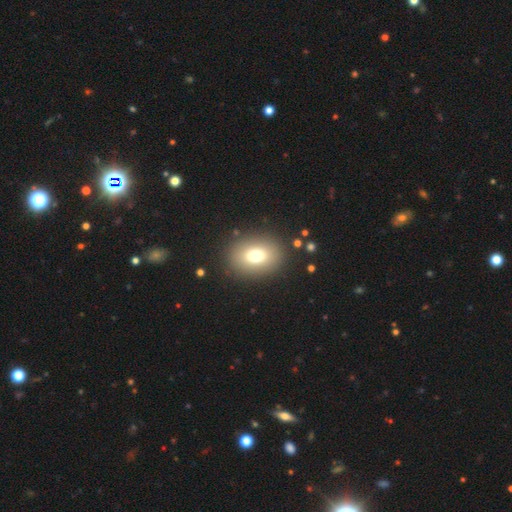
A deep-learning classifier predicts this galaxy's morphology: Q: Smooth or featured?
A: smooth (75%); runner-up: featured or disk (14%)
Q: How rounded?
A: in between (63%); runner-up: round (36%)
Q: Merging?
A: none (87%); runner-up: minor disturbance (8%)